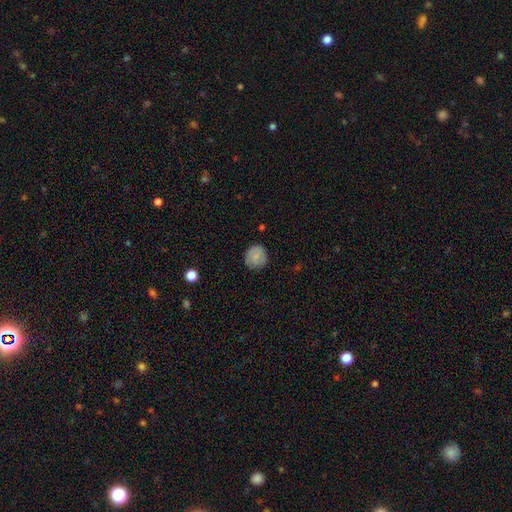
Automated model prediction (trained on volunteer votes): smooth-or-featured: smooth: 74% | featured or disk: 18% | star or artifact: 8%
  how-rounded: round: 87% | in between: 12% | cigar-shaped: 1%
  merging: none: 82% | minor disturbance: 14% | major disturbance: 3% | merger: 1%